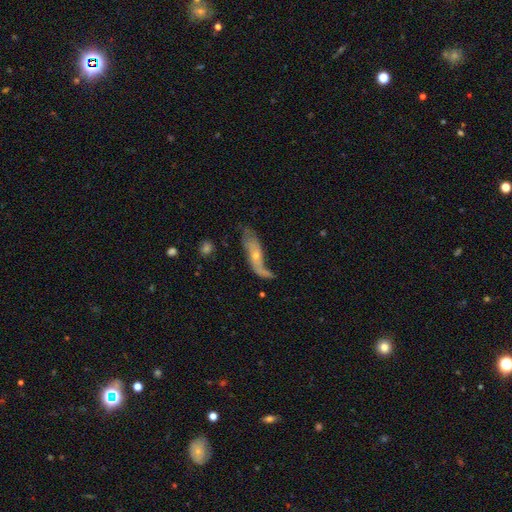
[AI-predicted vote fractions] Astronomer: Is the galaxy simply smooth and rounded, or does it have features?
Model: featured or disk — 65%.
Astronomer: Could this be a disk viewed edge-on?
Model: no — 74%.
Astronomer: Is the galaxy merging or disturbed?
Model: none — 41% (runner-up: minor disturbance, 28%).